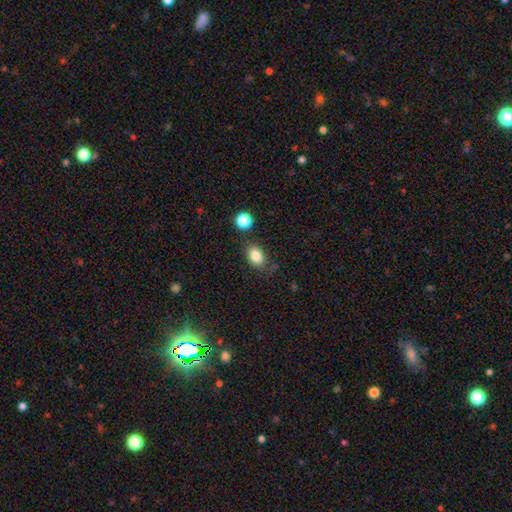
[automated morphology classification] The model was most divided on "how rounded": in between: 75%, round: 24%, cigar-shaped: 1%. More confident: smooth or featured — smooth (83%); merging — none (73%).